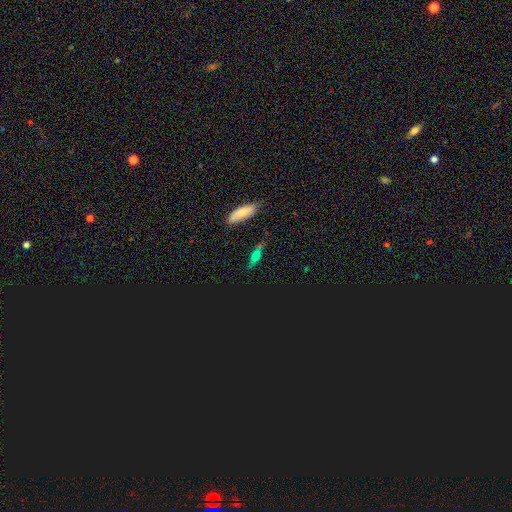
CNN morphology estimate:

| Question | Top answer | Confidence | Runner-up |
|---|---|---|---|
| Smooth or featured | smooth | 47% | star or artifact (28%) |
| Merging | none | 70% | minor disturbance (16%) |